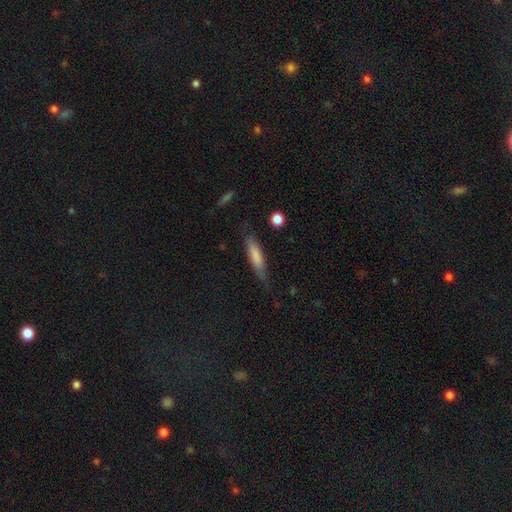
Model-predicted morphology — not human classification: This appears to be a smooth galaxy with no disk features (76%) that is cigar-shaped (78%). Merging: none (71%).